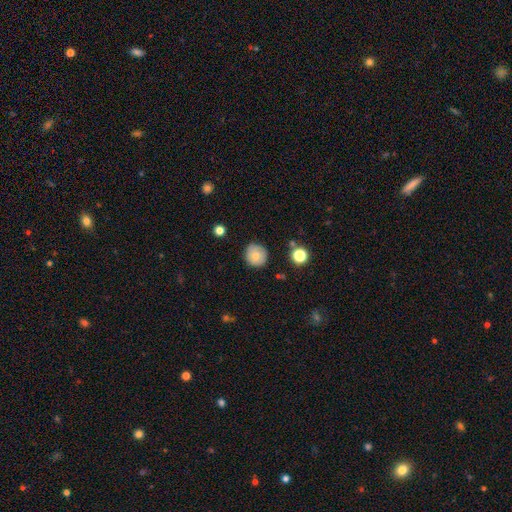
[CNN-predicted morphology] A smooth galaxy with no disk features (75%) that is round (92%).

Vote fractions:
- Smooth or featured? smooth: 75% / featured or disk: 16% / star or artifact: 9%
- How rounded? round: 92% / in between: 7% / cigar-shaped: 1%
- Merging? none: 82% / minor disturbance: 14% / major disturbance: 3% / merger: 2%